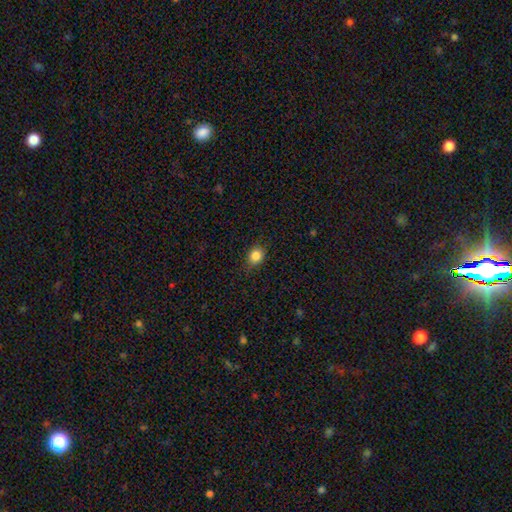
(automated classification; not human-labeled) Morphology: type=smooth (84%); roundness=round (65%); merging=none (83%).